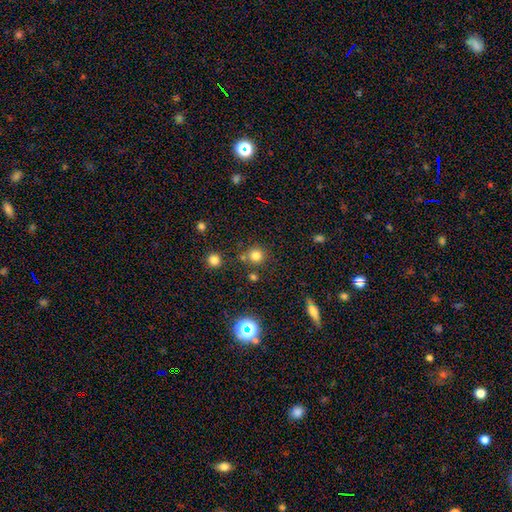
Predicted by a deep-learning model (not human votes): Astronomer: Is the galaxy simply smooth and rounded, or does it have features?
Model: smooth — 77%.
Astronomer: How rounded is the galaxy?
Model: round — 93%.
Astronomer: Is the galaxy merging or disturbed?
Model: none — 78%.